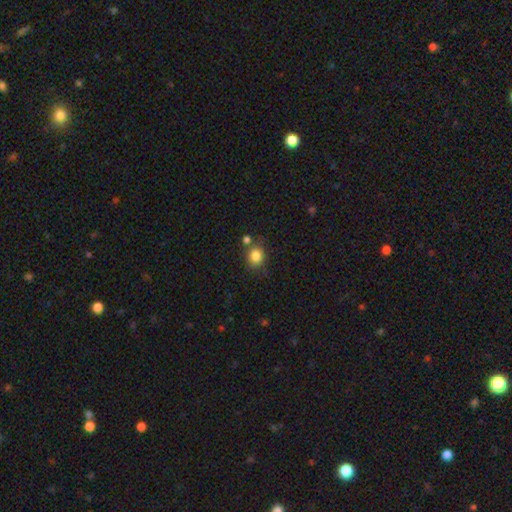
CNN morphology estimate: A smooth galaxy with no disk features (84%) that is round (73%).

Vote fractions:
- Smooth or featured? smooth: 84% / star or artifact: 11% / featured or disk: 6%
- How rounded? round: 73% / in between: 26% / cigar-shaped: 1%
- Merging? none: 70% / minor disturbance: 14% / merger: 12% / major disturbance: 4%